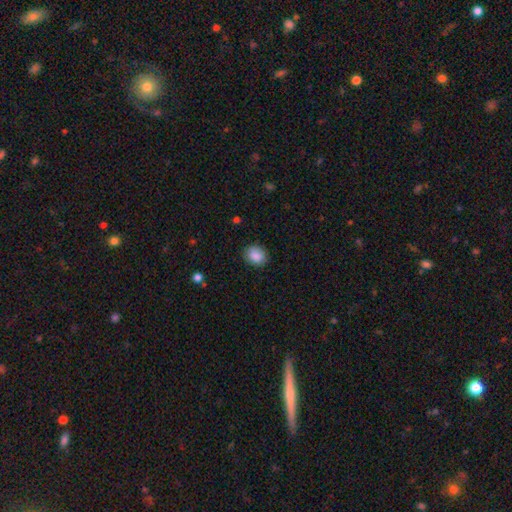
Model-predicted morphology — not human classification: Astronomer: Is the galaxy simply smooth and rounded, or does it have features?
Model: smooth — 88%.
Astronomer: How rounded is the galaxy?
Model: round — 58% (runner-up: in between, 41%).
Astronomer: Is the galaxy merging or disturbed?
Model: none — 85%.